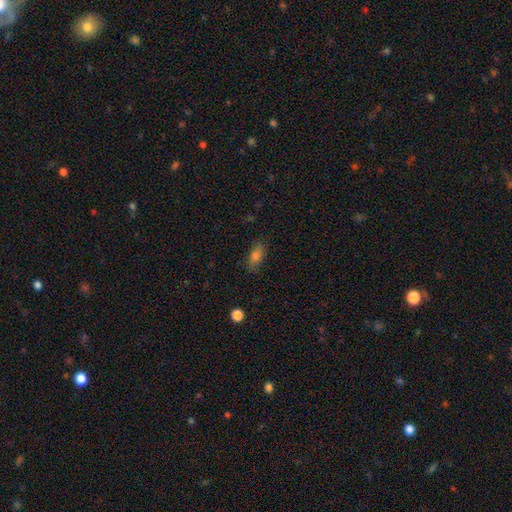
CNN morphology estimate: This appears to be a smooth galaxy with no disk features (74%) that is in between round and cigar-shaped (74%). Merging: none (81%).